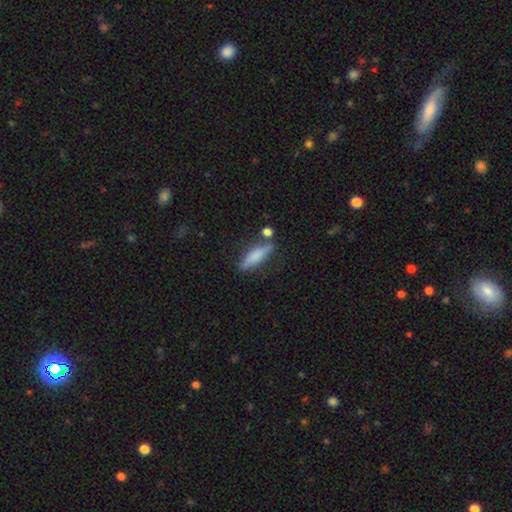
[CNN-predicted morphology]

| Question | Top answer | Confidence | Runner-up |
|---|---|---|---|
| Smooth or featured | smooth | 68% | featured or disk (25%) |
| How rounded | cigar-shaped | 73% | in between (25%) |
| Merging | none | 73% | minor disturbance (15%) |